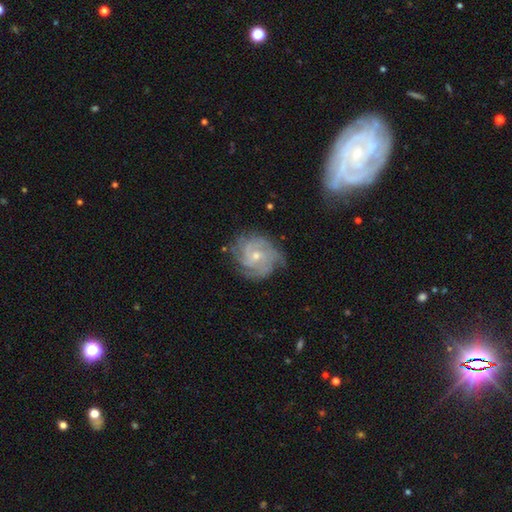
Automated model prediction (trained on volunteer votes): The model was most divided on "spiral arm count": 4: 27%, can't tell: 25%, 3: 23%, 2: 11%, more than 4: 8%, 1: 6%. More confident: edge-on disk — no (98%); spiral arms — yes (97%); smooth or featured — featured or disk (85%); merging — none (74%); spiral winding — tight (66%); bar — no (61%); bulge size — small (57%).